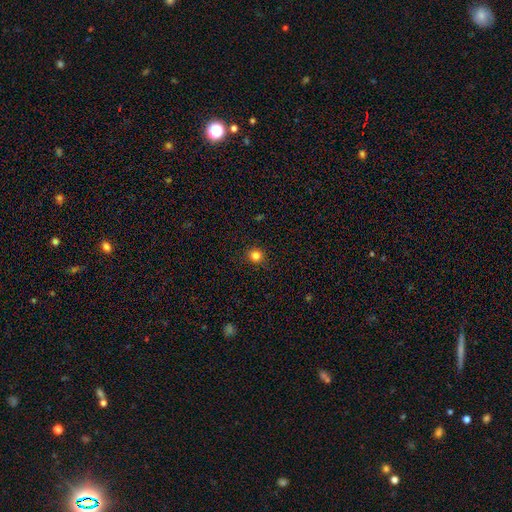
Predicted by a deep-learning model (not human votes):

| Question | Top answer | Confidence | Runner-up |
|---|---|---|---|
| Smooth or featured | smooth | 83% | star or artifact (13%) |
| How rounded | round | 93% | in between (6%) |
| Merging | none | 91% | minor disturbance (6%) |